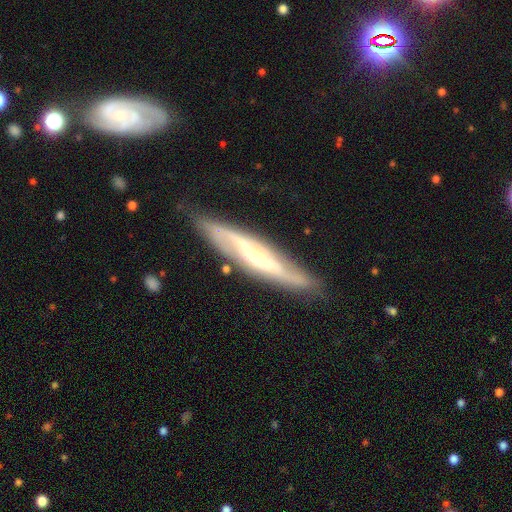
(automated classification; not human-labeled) Smooth or featured? featured or disk (76%)
Edge-on disk? yes (50%, tied with no)
Merging? none (79%)